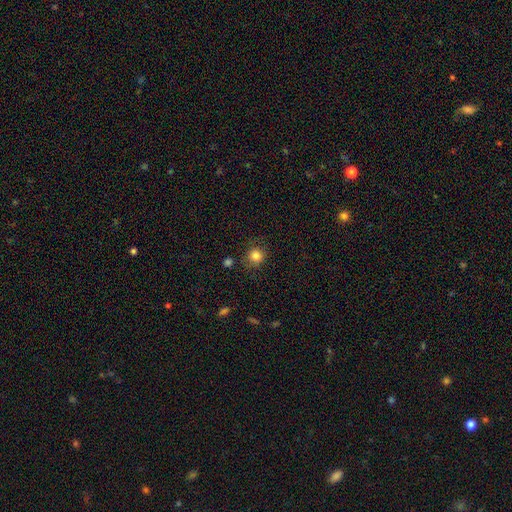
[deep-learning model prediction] Q: Smooth or featured?
A: smooth (83%); runner-up: star or artifact (11%)
Q: How rounded?
A: round (86%); runner-up: in between (13%)
Q: Merging?
A: none (79%); runner-up: minor disturbance (14%)